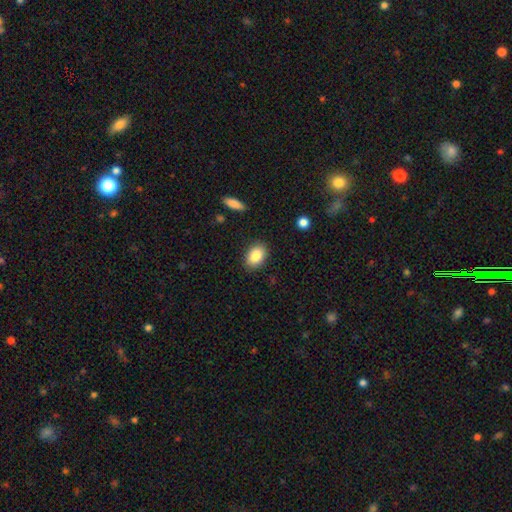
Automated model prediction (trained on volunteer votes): Smooth or featured? smooth (85%)
How rounded? in between (83%)
Merging? none (87%)